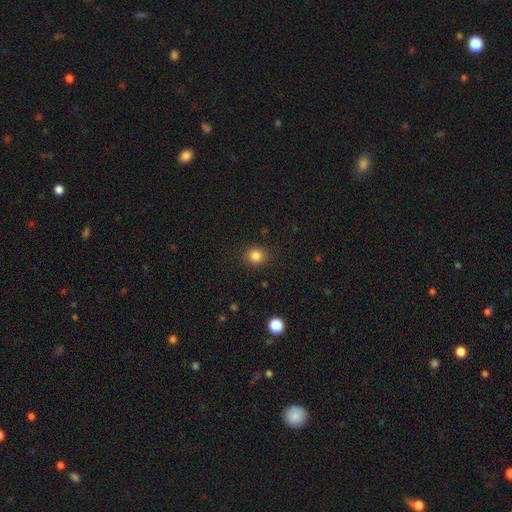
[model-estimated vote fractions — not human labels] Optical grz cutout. It shows a smooth galaxy with no disk features (84%) that is round (87%). Merging: none (90%).